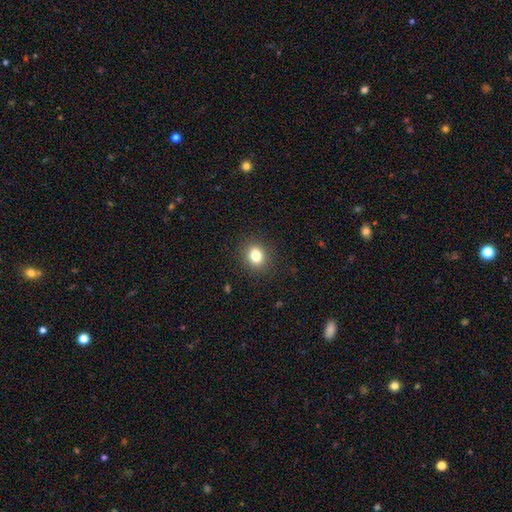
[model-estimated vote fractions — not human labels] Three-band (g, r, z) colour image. It shows a smooth galaxy with no disk features (82%) that is round (76%). Merging: none (89%).